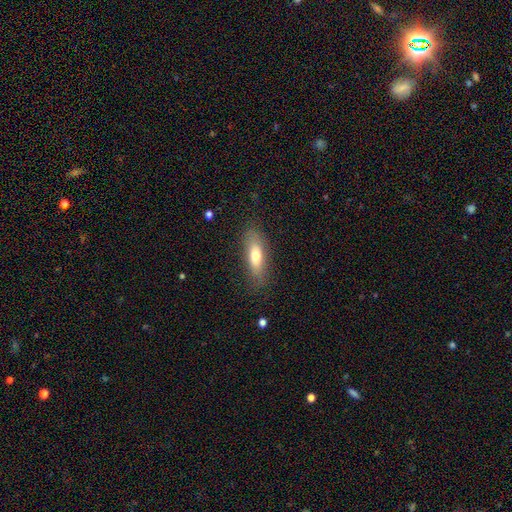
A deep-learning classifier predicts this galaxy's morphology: A smooth galaxy with no disk features (69%) that is in between round and cigar-shaped (55%). Merging: none (81%).